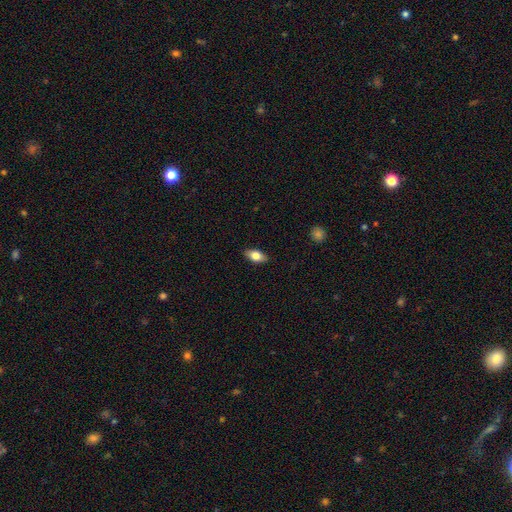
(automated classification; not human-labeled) smooth_or_featured: smooth (p=0.78) [alt: featured or disk p=0.15]
how_rounded: in between (p=0.89) [alt: cigar-shaped p=0.06]
merging: none (p=0.88) [alt: minor disturbance p=0.09]